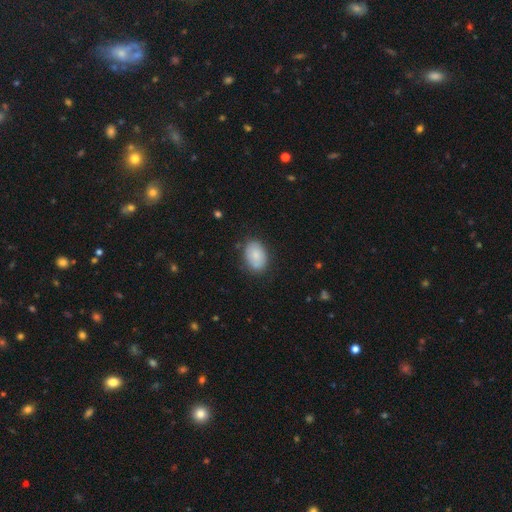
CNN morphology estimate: smooth_or_featured: smooth (p=0.80) [alt: featured or disk p=0.13]
how_rounded: in between (p=0.83) [alt: round p=0.16]
merging: none (p=0.78) [alt: minor disturbance p=0.16]